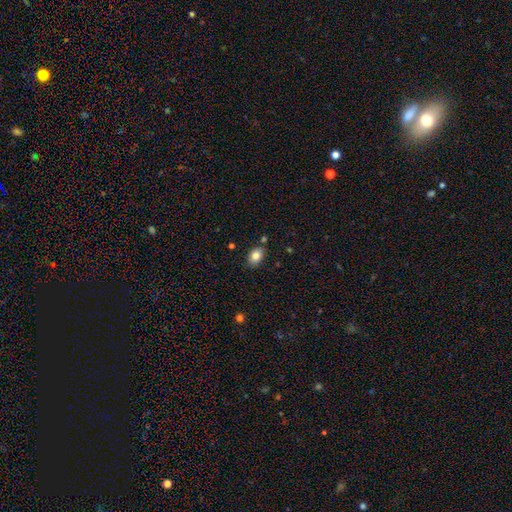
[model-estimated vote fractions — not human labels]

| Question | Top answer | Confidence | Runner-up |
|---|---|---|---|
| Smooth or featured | smooth | 83% | featured or disk (9%) |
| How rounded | in between | 83% | round (16%) |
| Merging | none | 81% | minor disturbance (12%) |